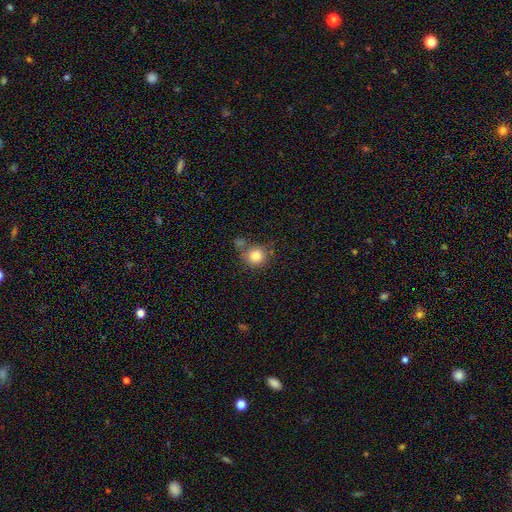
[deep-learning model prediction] This appears to be a smooth galaxy with no disk features (83%) that is round (89%). Merging: none (59%).